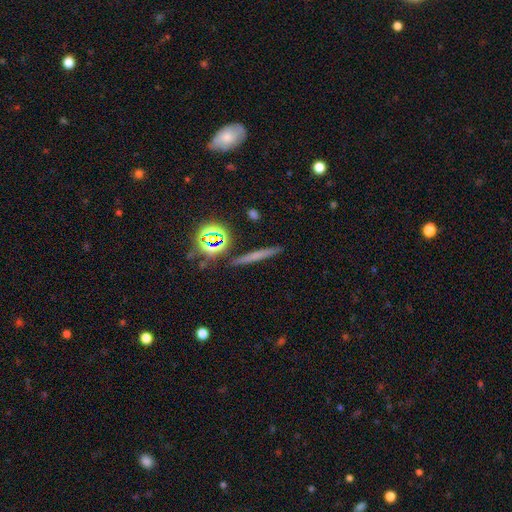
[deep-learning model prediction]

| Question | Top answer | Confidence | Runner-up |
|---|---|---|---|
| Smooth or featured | smooth | 49% | featured or disk (31%) |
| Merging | none | 88% | minor disturbance (7%) |